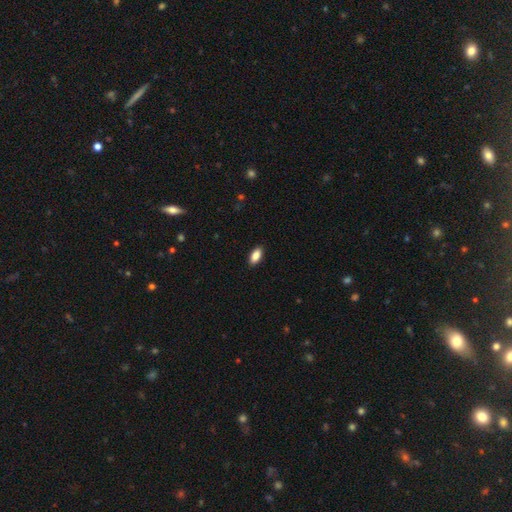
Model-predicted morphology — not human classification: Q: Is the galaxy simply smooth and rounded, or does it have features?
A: smooth — 89%.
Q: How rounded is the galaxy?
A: in between — 92%.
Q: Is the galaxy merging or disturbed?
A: none — 90%.